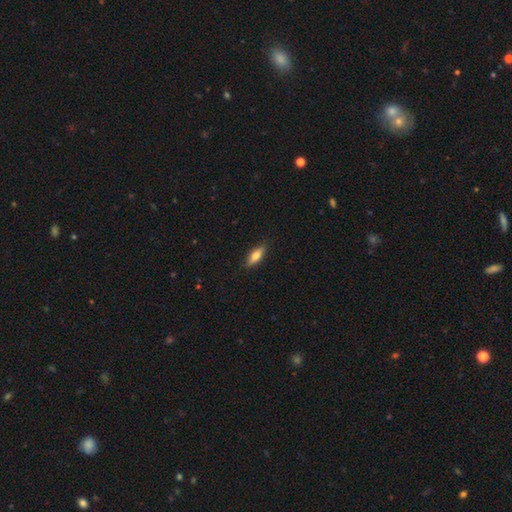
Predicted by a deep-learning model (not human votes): This appears to be a smooth galaxy with no disk features (74%) that is in between round and cigar-shaped (62%). Merging: none (85%).